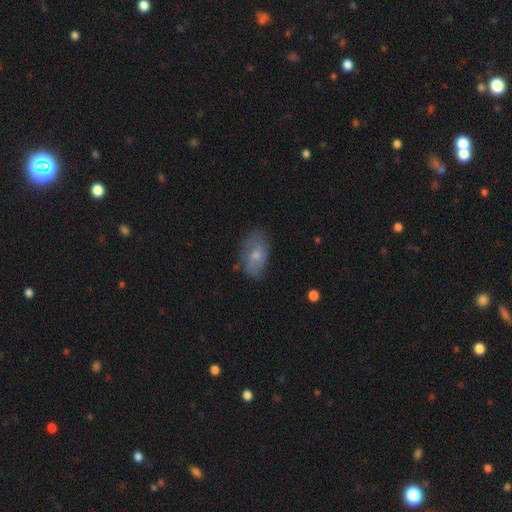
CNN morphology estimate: This is possibly a smooth galaxy (60%). How rounded: clearly in between (91%). Merging: likely none (66%).